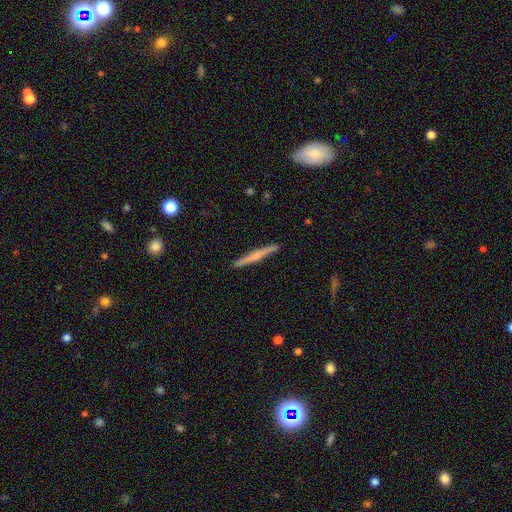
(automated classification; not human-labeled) A smooth galaxy with no disk features (49%). Merging: none (91%).